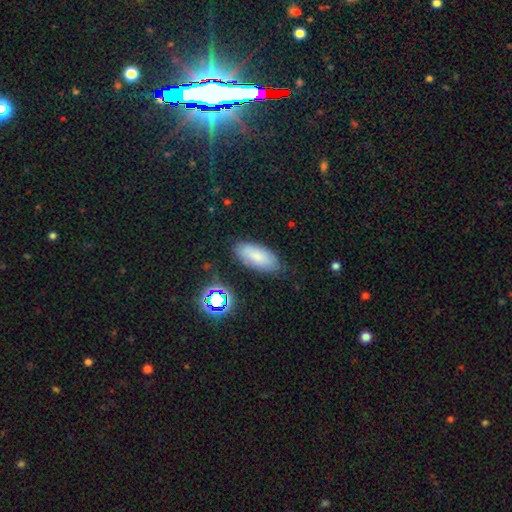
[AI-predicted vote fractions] The model was most divided on "merging": none: 78%, minor disturbance: 16%, major disturbance: 4%, merger: 2%. More confident: how rounded — in between (89%); smooth or featured — smooth (77%).